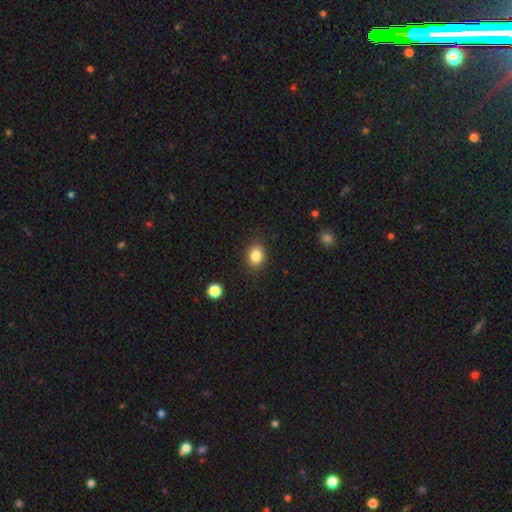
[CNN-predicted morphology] Smooth or featured: smooth — 85% (star or artifact — 10%)
How rounded: round — 51% (in between — 48%)
Merging: none — 87% (minor disturbance — 9%)